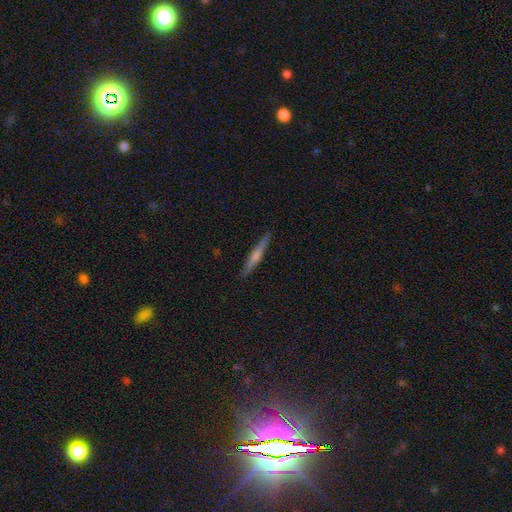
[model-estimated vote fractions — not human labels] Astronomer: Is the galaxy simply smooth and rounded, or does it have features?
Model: featured or disk — 63%.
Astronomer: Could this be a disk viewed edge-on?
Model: yes — 96%.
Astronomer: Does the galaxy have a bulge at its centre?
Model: rounded — 74%.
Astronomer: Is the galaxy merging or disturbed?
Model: none — 89%.